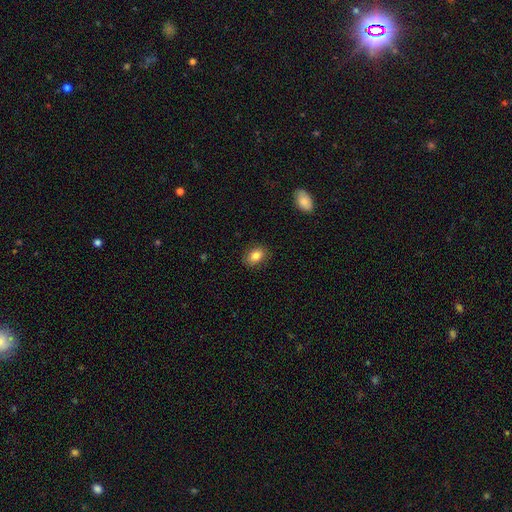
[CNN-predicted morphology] Smooth or featured? smooth (84%)
How rounded? in between (78%)
Merging? none (87%)